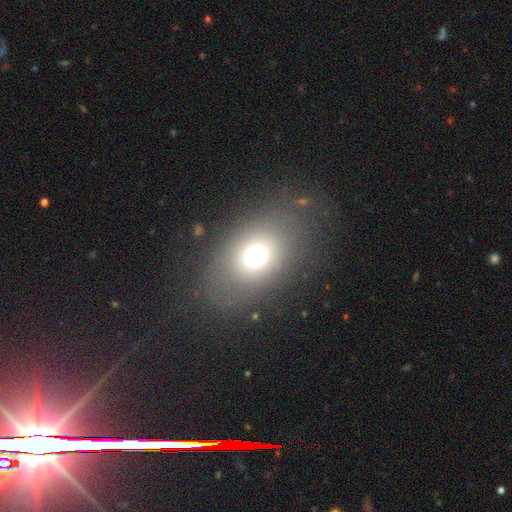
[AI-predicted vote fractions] This is likely a smooth galaxy (66%). How rounded: likely in between (61%). Merging: likely none (77%).